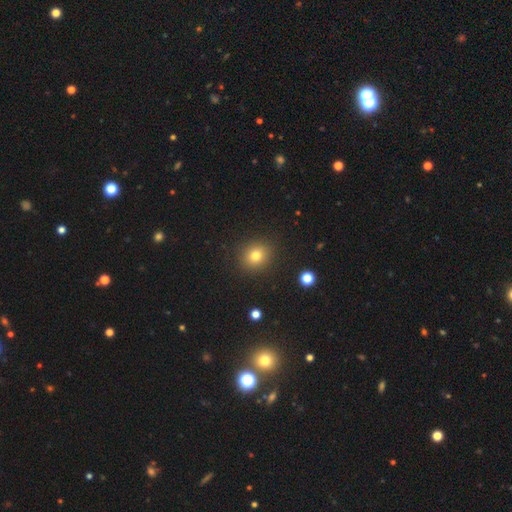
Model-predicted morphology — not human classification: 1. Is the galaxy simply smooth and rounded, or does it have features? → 78% smooth, 14% star or artifact, 8% featured or disk.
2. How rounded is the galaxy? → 80% round, 19% in between, 1% cigar-shaped.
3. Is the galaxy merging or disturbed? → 89% none, 7% minor disturbance, 3% major disturbance, 1% merger.